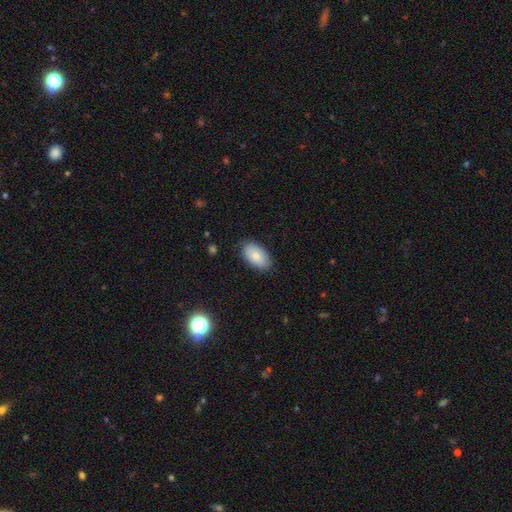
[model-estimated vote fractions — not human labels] smooth 84%, featured or disk 10%, star or artifact 6%. Down the decision tree: how rounded — in between (94%); merging — none (85%).